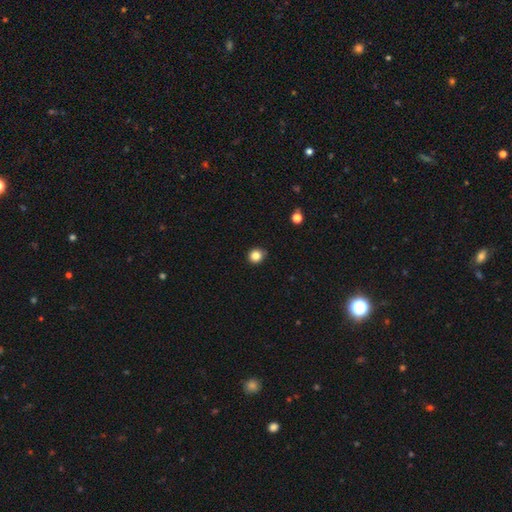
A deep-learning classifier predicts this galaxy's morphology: A smooth galaxy with no disk features (84%) that is round (87%).

Vote fractions:
- Smooth or featured? smooth: 84% / star or artifact: 12% / featured or disk: 4%
- How rounded? round: 87% / in between: 12% / cigar-shaped: 1%
- Merging? none: 86% / minor disturbance: 11% / major disturbance: 2% / merger: 1%